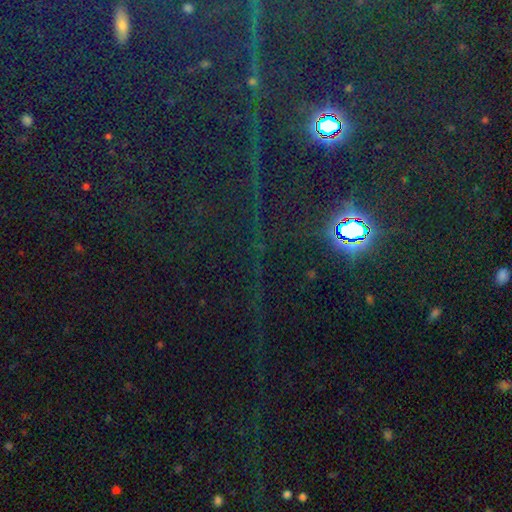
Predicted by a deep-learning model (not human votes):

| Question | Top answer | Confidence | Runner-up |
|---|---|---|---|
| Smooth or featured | star or artifact | 86% | smooth (7%) |